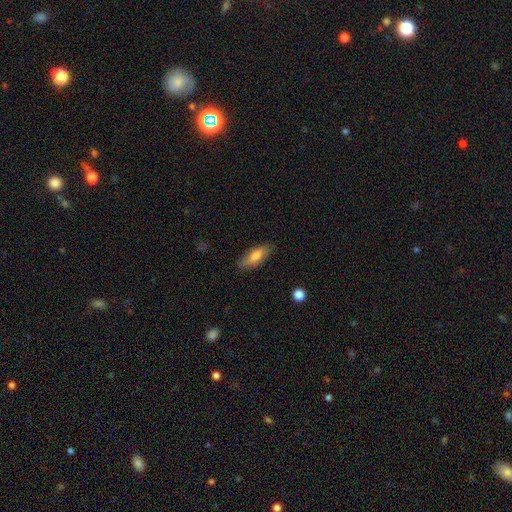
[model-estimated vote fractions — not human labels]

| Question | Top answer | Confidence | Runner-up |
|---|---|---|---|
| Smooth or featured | smooth | 73% | featured or disk (20%) |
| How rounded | in between | 65% | cigar-shaped (33%) |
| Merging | none | 80% | minor disturbance (16%) |